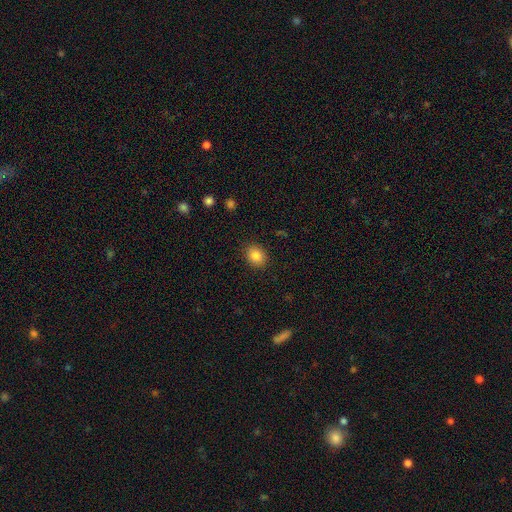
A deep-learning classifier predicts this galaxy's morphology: Smooth or featured? Predicted: smooth (p=0.84). How rounded? Predicted: round (p=0.58). Merging? Predicted: none (p=0.89).